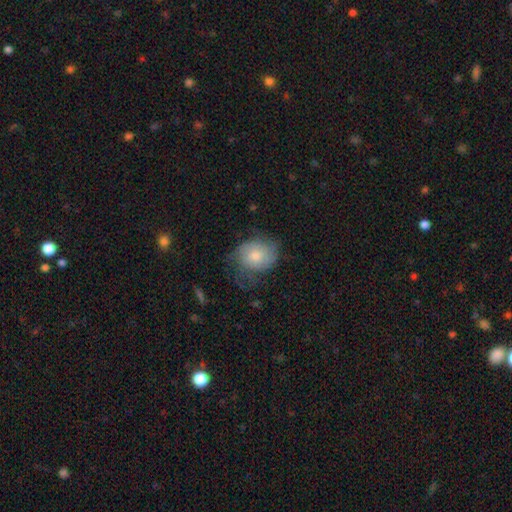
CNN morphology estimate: A smooth galaxy with no disk features (53%) that is round (51%).

Vote fractions:
- Smooth or featured? smooth: 53% / featured or disk: 39% / star or artifact: 8%
- How rounded? round: 51% / in between: 48% / cigar-shaped: 1%
- Merging? none: 48% / minor disturbance: 31% / major disturbance: 20% / merger: 1%